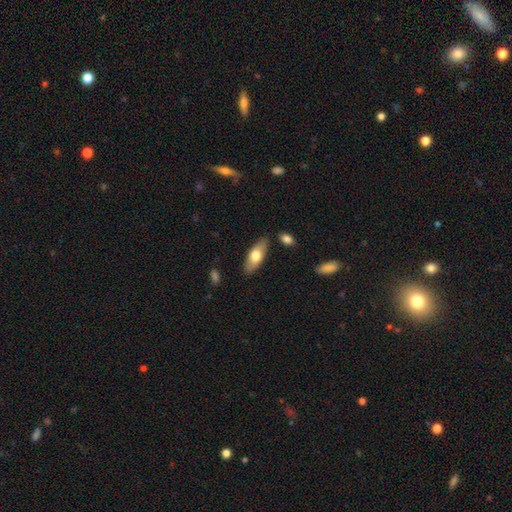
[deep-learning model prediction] Smooth or featured? Predicted: smooth (p=0.68). How rounded? Predicted: in between (p=0.75). Merging? Predicted: none (p=0.84).